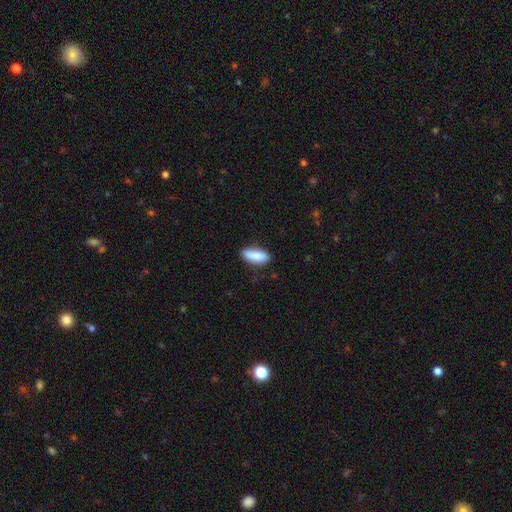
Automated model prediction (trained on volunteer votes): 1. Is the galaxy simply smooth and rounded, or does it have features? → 86% smooth, 8% featured or disk, 6% star or artifact.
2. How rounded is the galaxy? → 67% in between, 31% cigar-shaped, 2% round.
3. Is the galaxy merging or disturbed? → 78% none, 17% minor disturbance, 3% major disturbance, 2% merger.